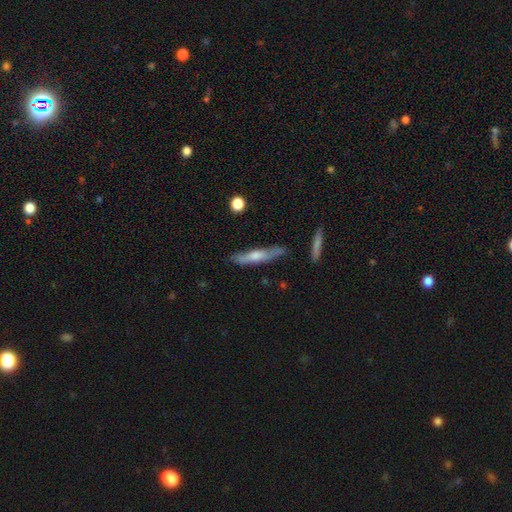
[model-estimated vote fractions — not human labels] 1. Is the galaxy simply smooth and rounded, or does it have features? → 58% featured or disk, 33% smooth, 9% star or artifact.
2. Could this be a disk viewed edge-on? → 87% yes, 13% no.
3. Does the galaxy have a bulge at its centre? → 82% rounded, 13% none, 5% boxy.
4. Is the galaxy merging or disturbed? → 80% none, 13% minor disturbance, 4% merger, 3% major disturbance.